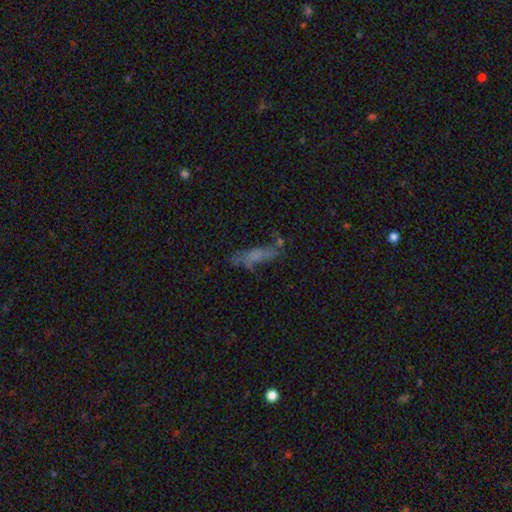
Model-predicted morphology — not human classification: Smooth or featured? Predicted: smooth (p=0.52). How rounded? Predicted: cigar-shaped (p=0.61). Merging? Predicted: none (p=0.49).